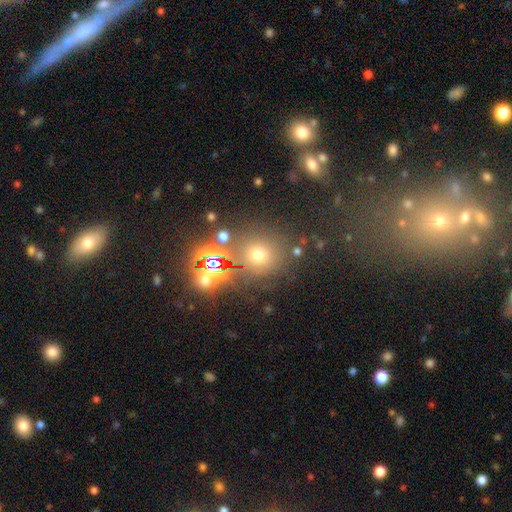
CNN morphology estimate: Smooth or featured? Predicted: smooth (p=0.52). How rounded? Predicted: round (p=0.88). Merging? Predicted: none (p=0.75).